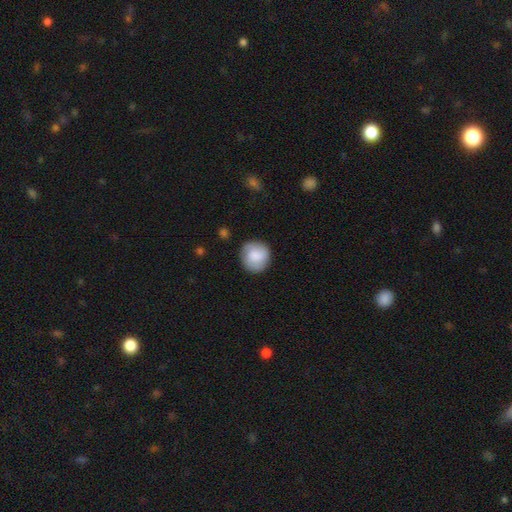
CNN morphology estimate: Smooth or featured?
  - smooth: 74% *
  - featured or disk: 19%
  - star or artifact: 7%
How rounded?
  - round: 90% *
  - in between: 9%
  - cigar-shaped: 1%
Merging?
  - none: 83% *
  - minor disturbance: 12%
  - major disturbance: 3%
  - merger: 1%